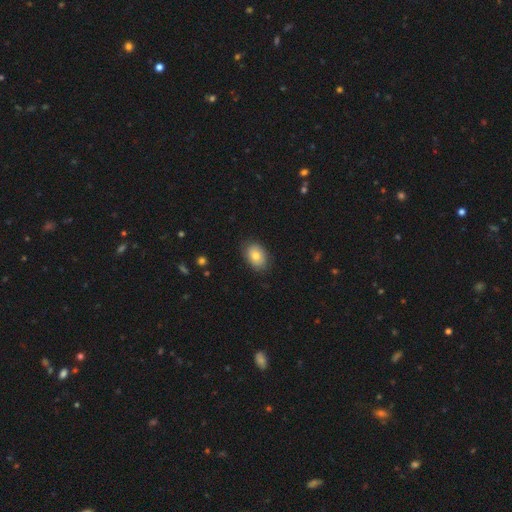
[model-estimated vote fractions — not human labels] Smooth or featured? Predicted: smooth (p=0.75). How rounded? Predicted: in between (p=0.75). Merging? Predicted: none (p=0.80).